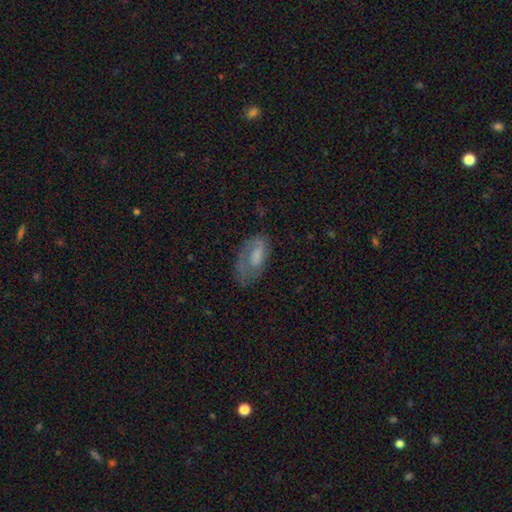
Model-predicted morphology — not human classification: This appears to be a smooth galaxy with no disk features (53%) that is in between round and cigar-shaped (90%). Merging: none (48%).